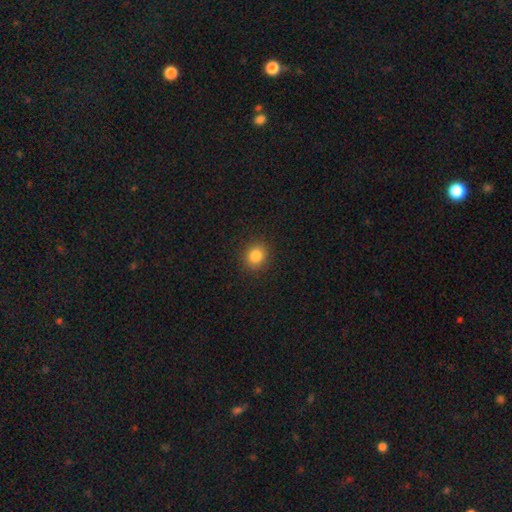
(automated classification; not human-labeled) A smooth galaxy with no disk features (84%) that is round (78%). Merging: none (90%).